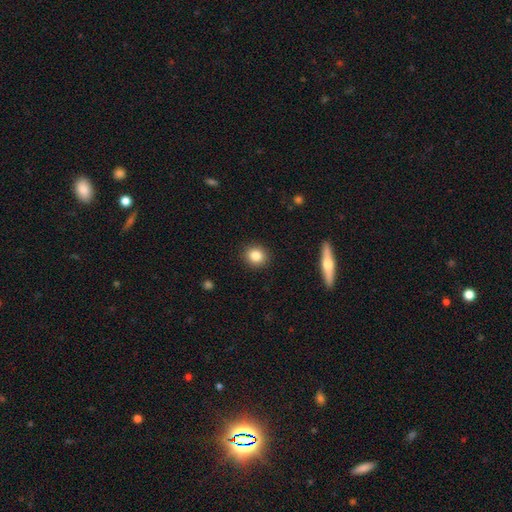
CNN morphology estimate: Q: Smooth or featured?
A: smooth (84%); runner-up: star or artifact (9%)
Q: How rounded?
A: round (85%); runner-up: in between (13%)
Q: Merging?
A: none (91%); runner-up: minor disturbance (6%)